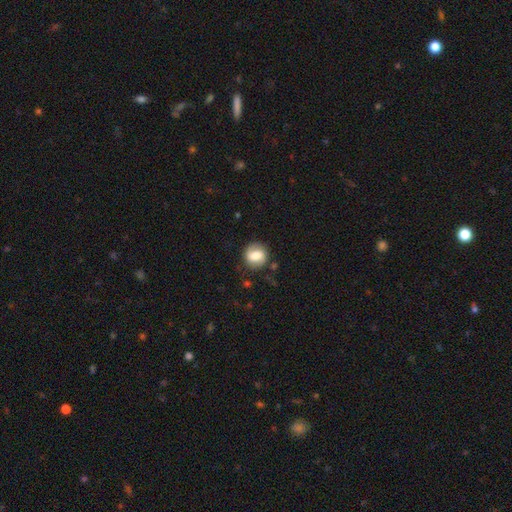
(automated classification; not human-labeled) Smooth or featured?
  - smooth: 63% *
  - featured or disk: 29%
  - star or artifact: 8%
How rounded?
  - round: 81% *
  - in between: 18%
  - cigar-shaped: 1%
Merging?
  - none: 80% *
  - minor disturbance: 14%
  - major disturbance: 5%
  - merger: 2%